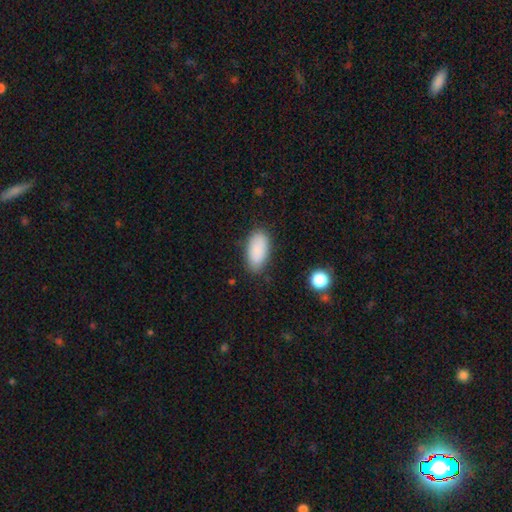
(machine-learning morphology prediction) This is clearly a smooth galaxy (88%). How rounded: clearly in between (92%). Merging: clearly none (83%).